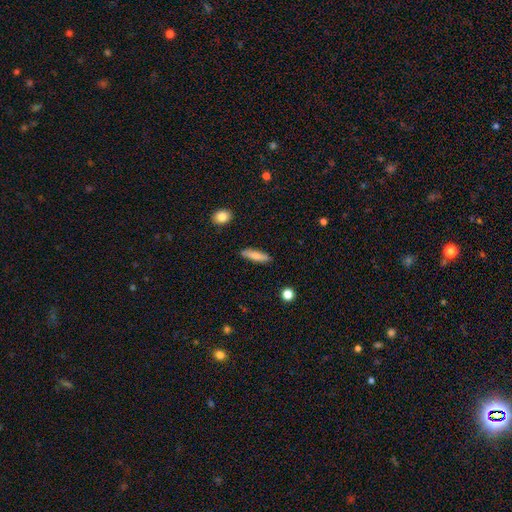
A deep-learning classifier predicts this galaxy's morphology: smooth 77%, featured or disk 16%, star or artifact 6%. Down the decision tree: how rounded — cigar-shaped (71%); merging — none (88%).